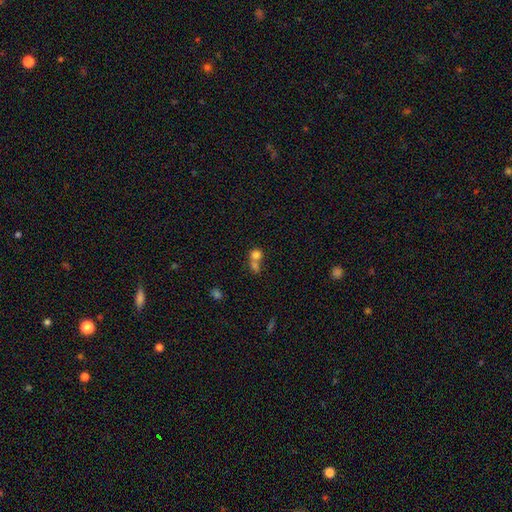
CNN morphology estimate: The model was most divided on "merging": merger: 64%, none: 27%, minor disturbance: 6%, major disturbance: 4%. More confident: smooth or featured — smooth (76%); how rounded — round (75%).